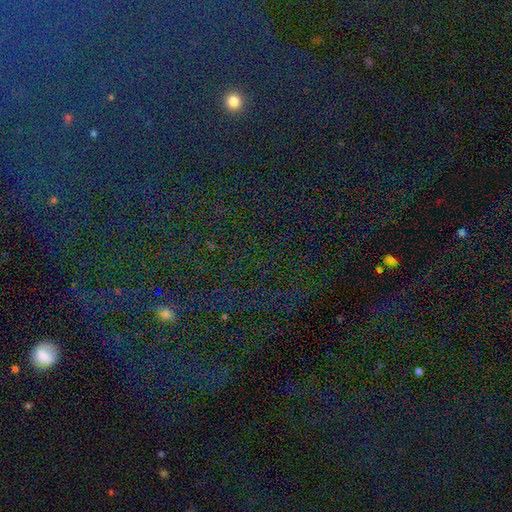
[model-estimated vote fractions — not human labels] This appears to be a star or artifact, not a galaxy (81%).